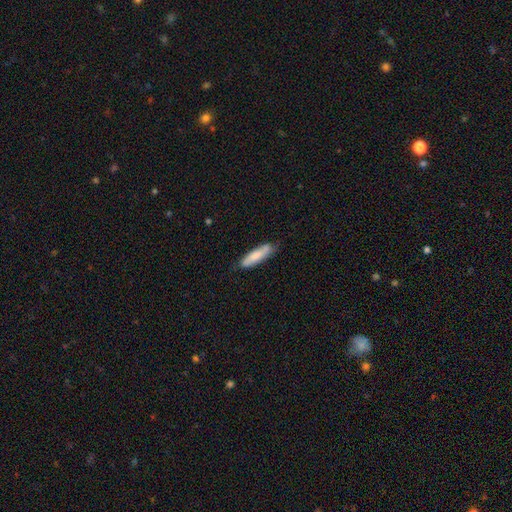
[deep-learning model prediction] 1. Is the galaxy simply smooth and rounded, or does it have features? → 75% smooth, 19% featured or disk, 6% star or artifact.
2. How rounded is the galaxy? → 66% cigar-shaped, 33% in between, 2% round.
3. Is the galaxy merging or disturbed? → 70% none, 24% minor disturbance, 4% major disturbance, 2% merger.